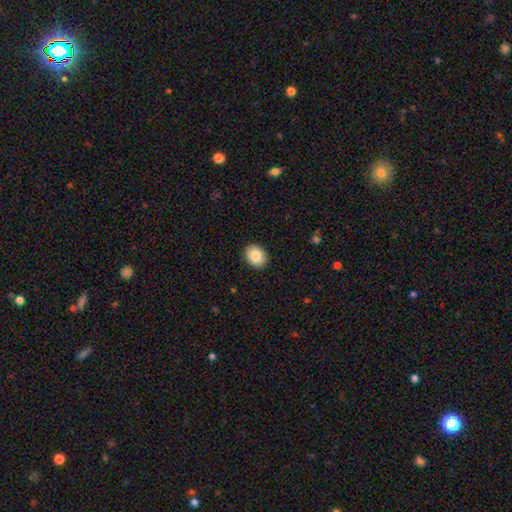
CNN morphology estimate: A smooth galaxy with no disk features (87%) that is in between round and cigar-shaped (64%). Merging: none (90%).